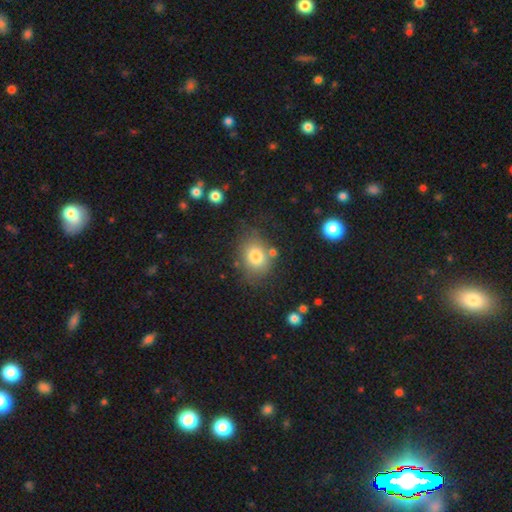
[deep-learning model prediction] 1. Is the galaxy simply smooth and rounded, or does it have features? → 78% smooth, 12% featured or disk, 10% star or artifact.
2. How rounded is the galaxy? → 55% in between, 44% round, 1% cigar-shaped.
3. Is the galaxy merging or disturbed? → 67% none, 19% minor disturbance, 8% major disturbance, 6% merger.